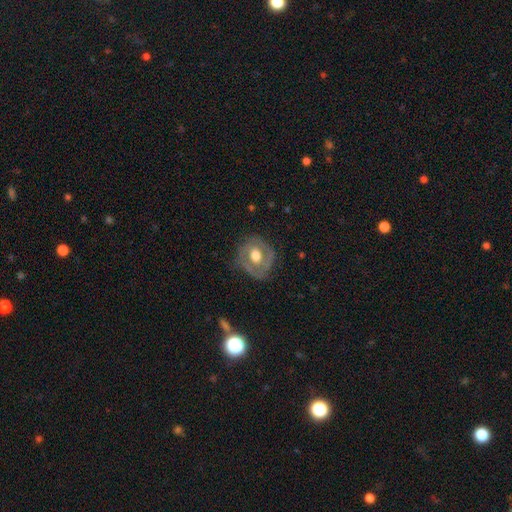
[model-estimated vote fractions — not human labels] A featured or disk galaxy (64%) with no bar (68%), spiral arms (55%) and a moderate central bulge (59%).

Vote fractions:
- Smooth or featured? featured or disk: 64% / smooth: 30% / star or artifact: 6%
- Edge-on disk? no: 96% / yes: 4%
- Bar? no: 68% / weak: 25% / strong: 7%
- Spiral arms? yes: 55% / no: 45%
- Bulge size? moderate: 59% / large: 34% / small: 4% / dominant: 2% / none: 1%
- Merging? none: 69% / minor disturbance: 20% / major disturbance: 9% / merger: 1%